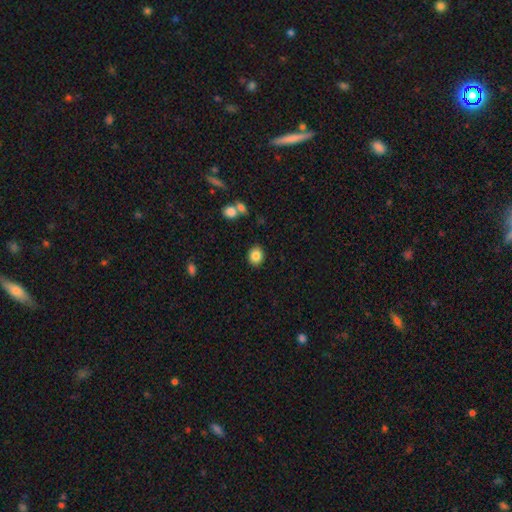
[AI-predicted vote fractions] Overall: smooth (85%). How rounded: round (66%; in between 33%). Merging: none (88%).